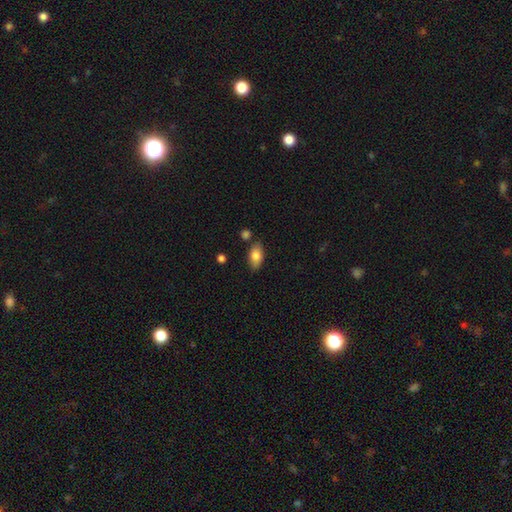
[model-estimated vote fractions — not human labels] smooth 81%, featured or disk 12%, star or artifact 7%. Down the decision tree: how rounded — in between (91%); merging — none (80%).